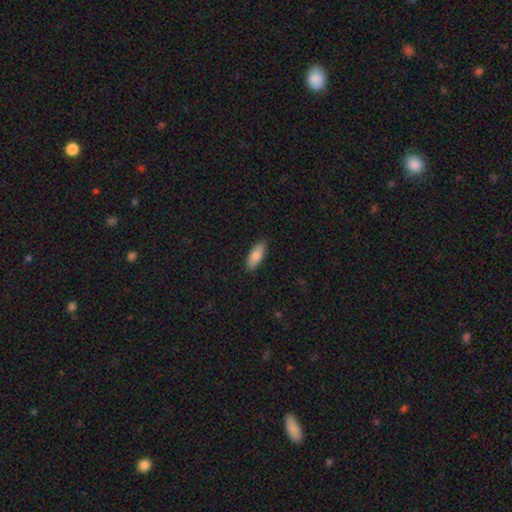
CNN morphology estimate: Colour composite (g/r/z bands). It shows a smooth galaxy with no disk features (81%) that is in between round and cigar-shaped (77%). Merging: none (89%).